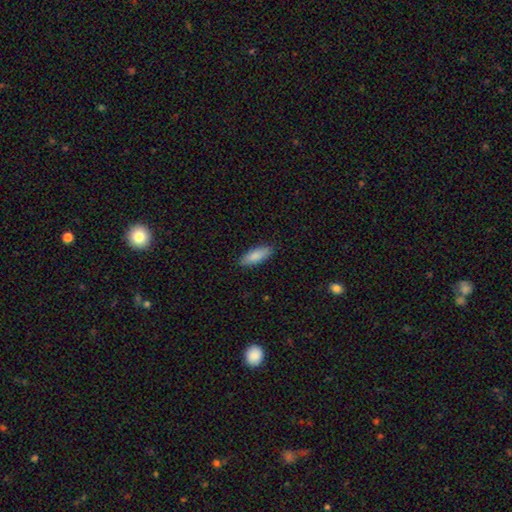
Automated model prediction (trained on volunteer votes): A smooth galaxy with no disk features (88%) that is in between round and cigar-shaped (65%). Merging: none (89%).